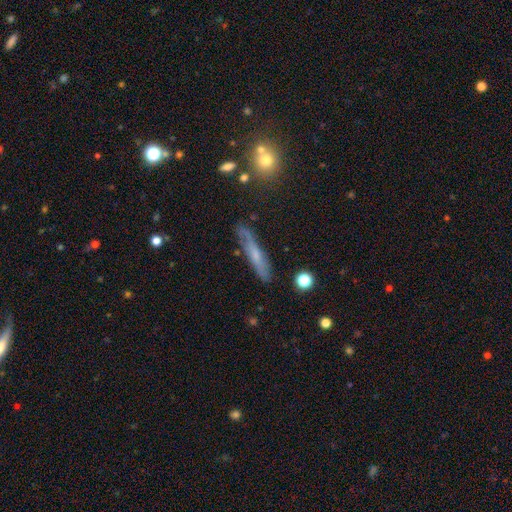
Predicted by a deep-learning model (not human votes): featured or disk 49%, smooth 35%, star or artifact 16%. Down the decision tree: merging — none (76%).